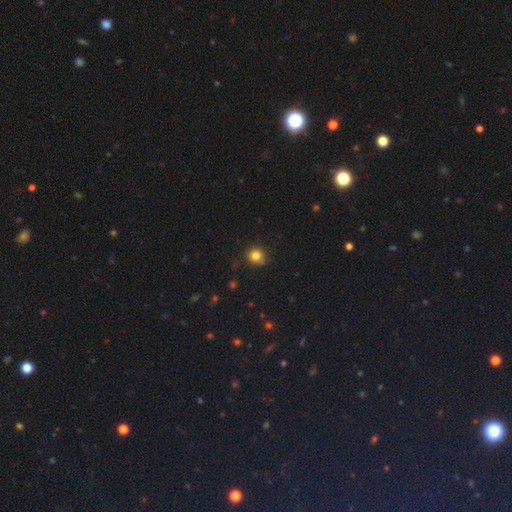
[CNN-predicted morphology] Q: Smooth or featured?
A: smooth (81%); runner-up: star or artifact (12%)
Q: How rounded?
A: round (85%); runner-up: in between (14%)
Q: Merging?
A: none (80%); runner-up: minor disturbance (15%)